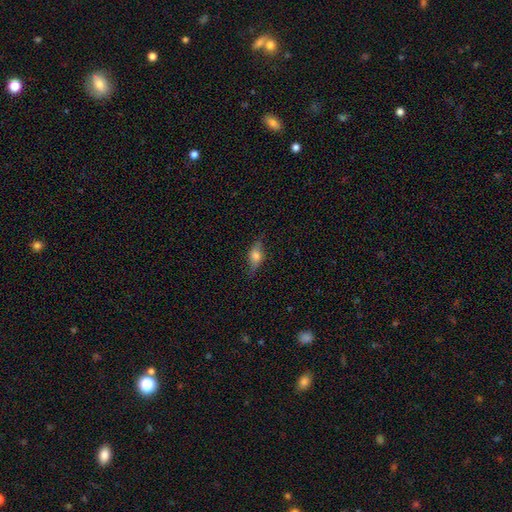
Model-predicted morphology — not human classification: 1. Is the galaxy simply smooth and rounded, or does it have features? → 54% smooth, 38% featured or disk, 9% star or artifact.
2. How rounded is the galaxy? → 73% in between, 17% cigar-shaped, 10% round.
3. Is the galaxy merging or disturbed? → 74% none, 20% minor disturbance, 5% major disturbance, 1% merger.